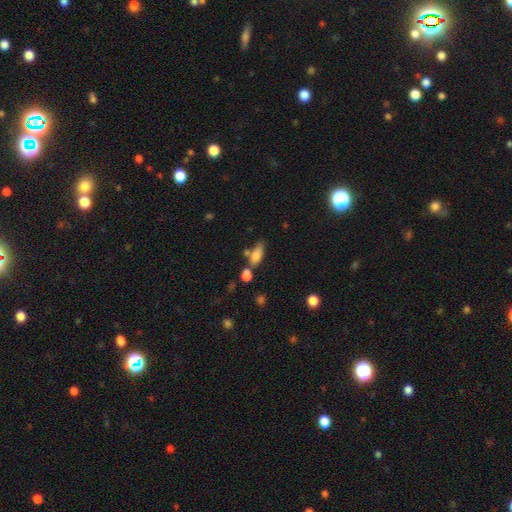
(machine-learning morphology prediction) Smooth or featured? smooth (76%)
How rounded? in between (73%)
Merging? none (47%)